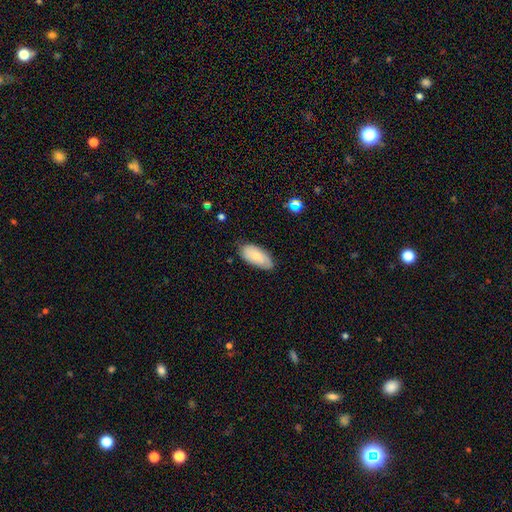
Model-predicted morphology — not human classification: A smooth galaxy with no disk features (74%) that is in between round and cigar-shaped (92%). Merging: none (75%).